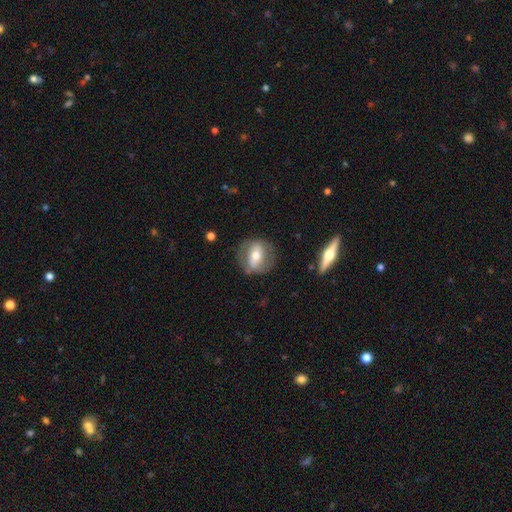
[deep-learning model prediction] This is possibly a featured or disk galaxy (52%). It is clearly not viewed edge-on (83%). Merging: likely none (76%).